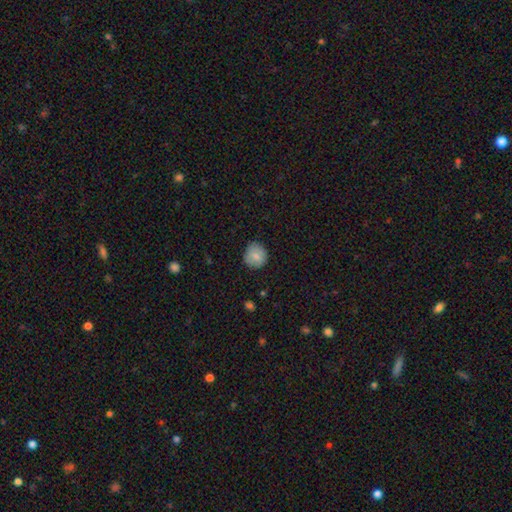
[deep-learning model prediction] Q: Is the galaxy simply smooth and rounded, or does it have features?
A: smooth — 80%.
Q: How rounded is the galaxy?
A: round — 87%.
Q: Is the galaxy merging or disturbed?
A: none — 80%.